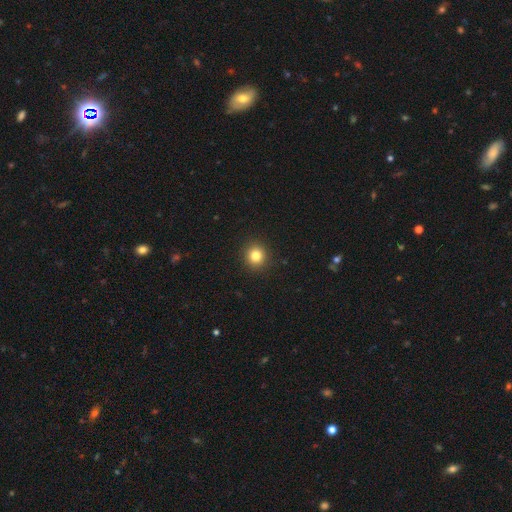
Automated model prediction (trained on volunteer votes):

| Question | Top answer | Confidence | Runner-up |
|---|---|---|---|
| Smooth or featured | smooth | 82% | star or artifact (12%) |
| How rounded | round | 90% | in between (9%) |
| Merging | none | 92% | minor disturbance (5%) |